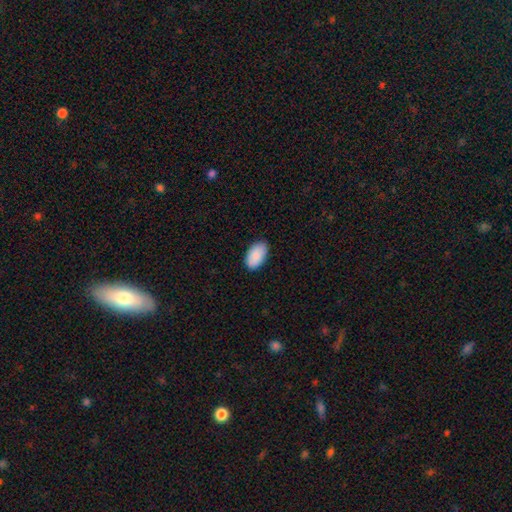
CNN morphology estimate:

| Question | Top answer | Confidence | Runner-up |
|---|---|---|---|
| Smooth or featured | smooth | 90% | star or artifact (6%) |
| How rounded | in between | 95% | round (3%) |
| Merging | none | 86% | minor disturbance (11%) |